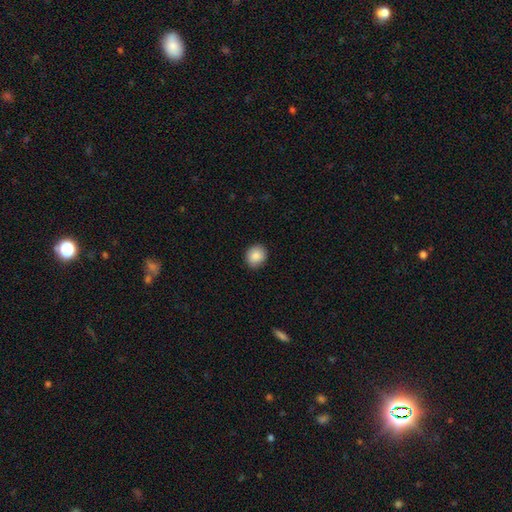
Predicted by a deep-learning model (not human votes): Overall: smooth (88%). How rounded: round (75%). Merging: none (89%).